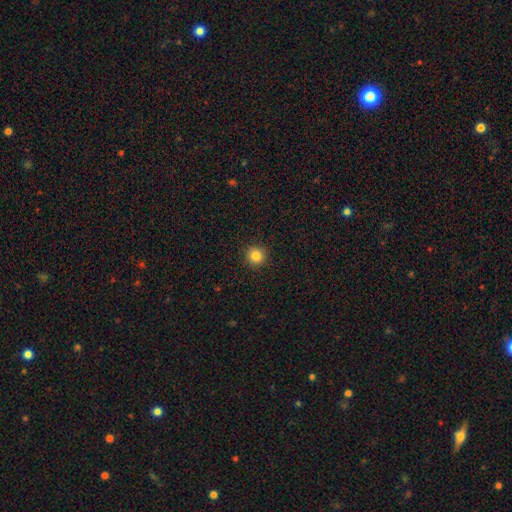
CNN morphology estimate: Smooth or featured: smooth — 84% (star or artifact — 11%)
How rounded: round — 94% (in between — 5%)
Merging: none — 92% (minor disturbance — 5%)